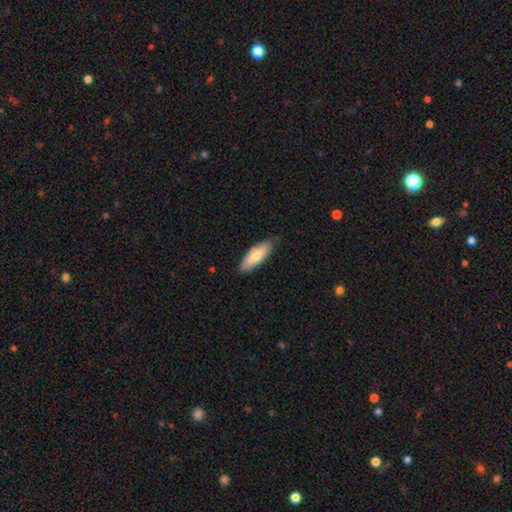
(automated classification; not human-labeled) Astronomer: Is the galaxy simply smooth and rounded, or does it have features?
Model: smooth — 72%.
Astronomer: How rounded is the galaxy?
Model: in between — 64%.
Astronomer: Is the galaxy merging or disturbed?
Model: none — 79%.